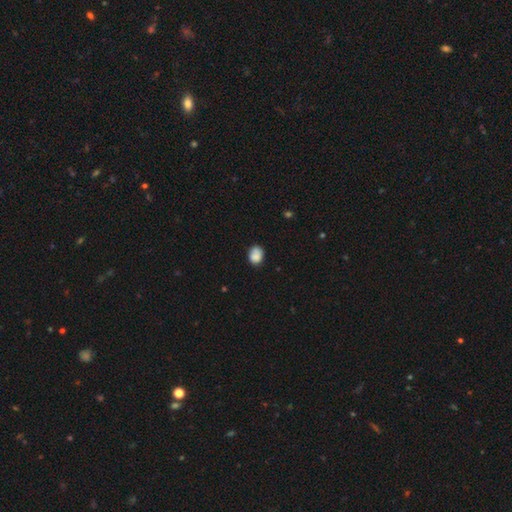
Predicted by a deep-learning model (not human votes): This is clearly a smooth galaxy (80%). How rounded: possibly in between (50%). Merging: possibly none (60%).